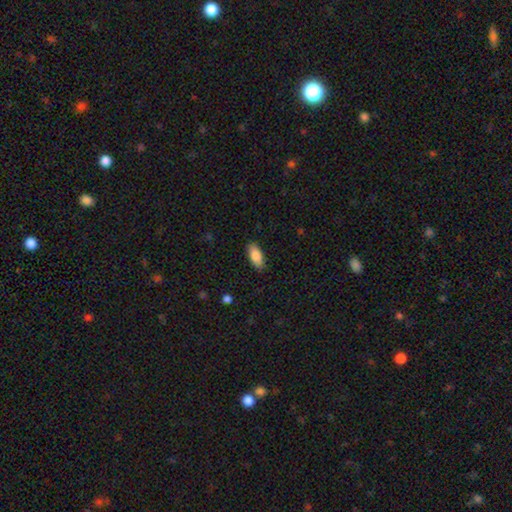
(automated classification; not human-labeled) Smooth or featured?
  - smooth: 87% *
  - featured or disk: 7%
  - star or artifact: 6%
How rounded?
  - in between: 86% *
  - cigar-shaped: 12%
  - round: 2%
Merging?
  - none: 88% *
  - minor disturbance: 9%
  - major disturbance: 2%
  - merger: 1%